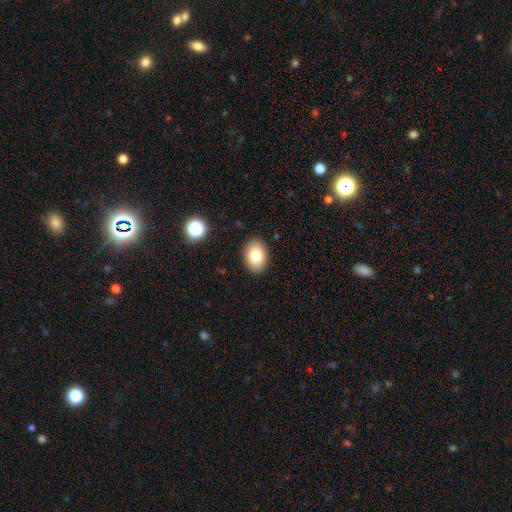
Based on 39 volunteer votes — This appears to be a smooth galaxy with no disk features (87%) that is in between round and cigar-shaped (85%). Merging: none (86%).